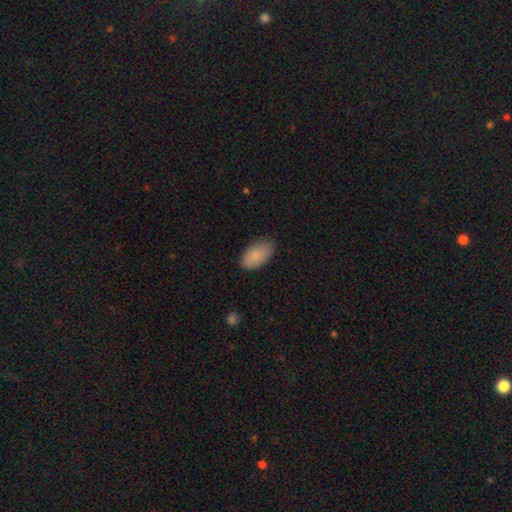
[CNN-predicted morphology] Smooth or featured? Predicted: smooth (p=0.87). How rounded? Predicted: in between (p=0.95). Merging? Predicted: none (p=0.82).